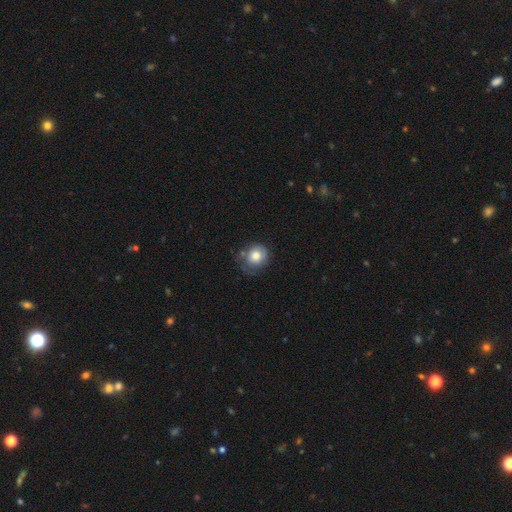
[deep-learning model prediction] The model was most divided on "merging": none: 53%, minor disturbance: 29%, major disturbance: 14%, merger: 4%. More confident: how rounded — round (81%); smooth or featured — smooth (74%).